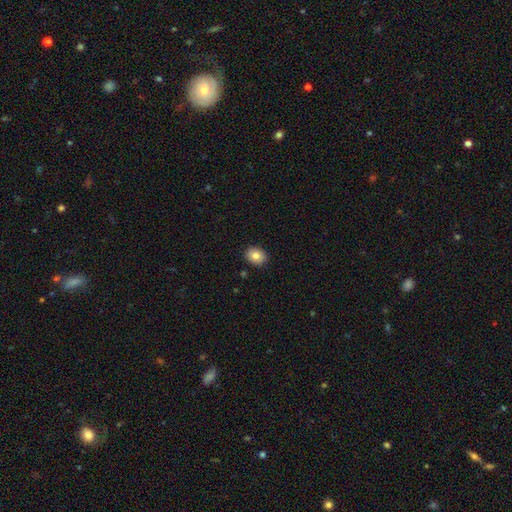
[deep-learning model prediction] A smooth galaxy with no disk features (81%) that is round (51%). Merging: none (90%).